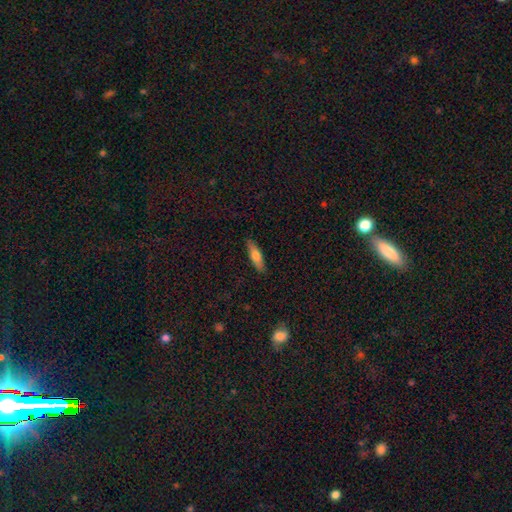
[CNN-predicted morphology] Smooth or featured?
  - smooth: 63% *
  - featured or disk: 31%
  - star or artifact: 6%
How rounded?
  - cigar-shaped: 60% *
  - in between: 38%
  - round: 2%
Merging?
  - none: 89% *
  - minor disturbance: 8%
  - major disturbance: 2%
  - merger: 1%